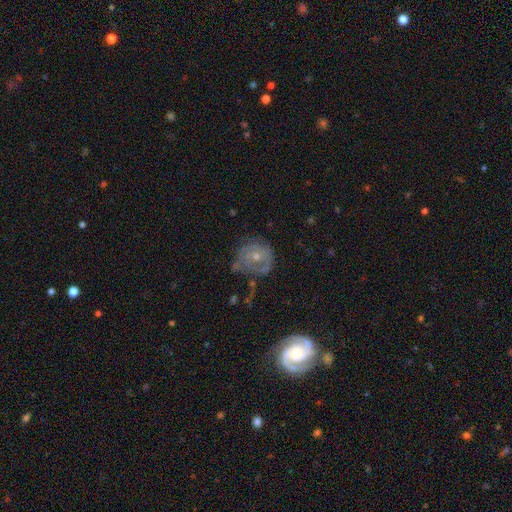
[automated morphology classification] featured or disk 66%, smooth 26%, star or artifact 9%. Down the decision tree: edge-on disk — no (97%); bar — no (80%); spiral arms — yes (69%); bulge size — moderate (53%); merging — none (54%).